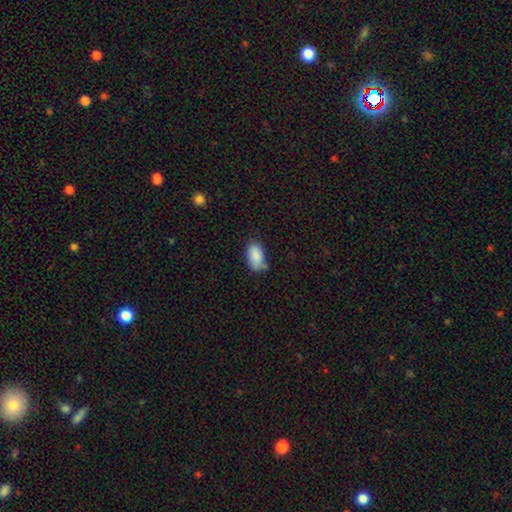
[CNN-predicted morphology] This is clearly a smooth galaxy (87%). How rounded: clearly in between (94%). Merging: possibly none (59%).